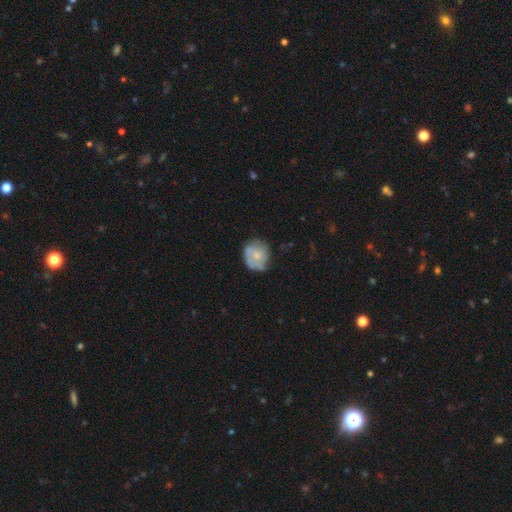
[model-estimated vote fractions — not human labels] smooth_or_featured: smooth (p=0.52) [alt: featured or disk p=0.41]
how_rounded: round (p=0.78) [alt: in between p=0.21]
merging: none (p=0.58) [alt: minor disturbance p=0.27]